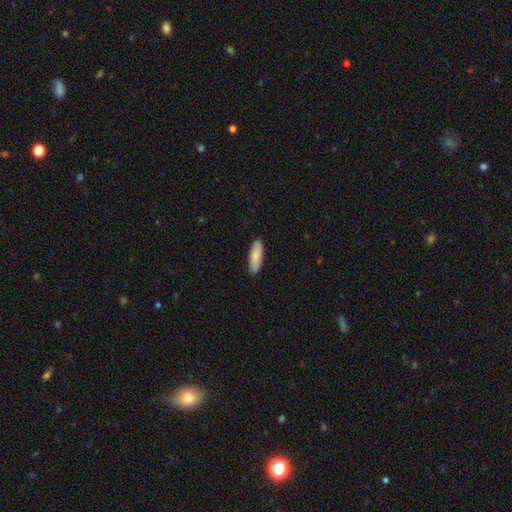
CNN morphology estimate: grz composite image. It shows a smooth galaxy with no disk features (84%) that is in between round and cigar-shaped (56%). Merging: none (88%).